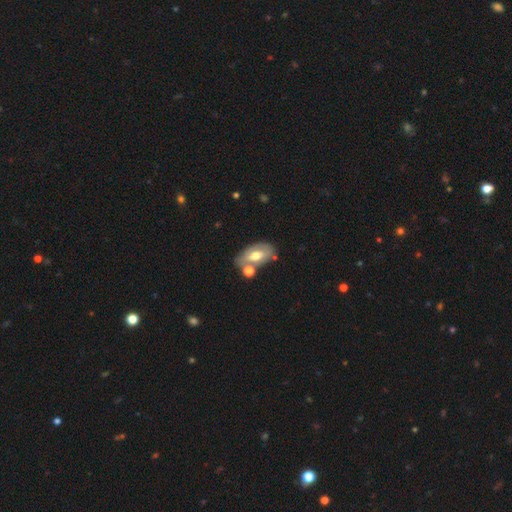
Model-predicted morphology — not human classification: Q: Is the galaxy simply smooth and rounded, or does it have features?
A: smooth — 48%.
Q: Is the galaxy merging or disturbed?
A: none — 52%.